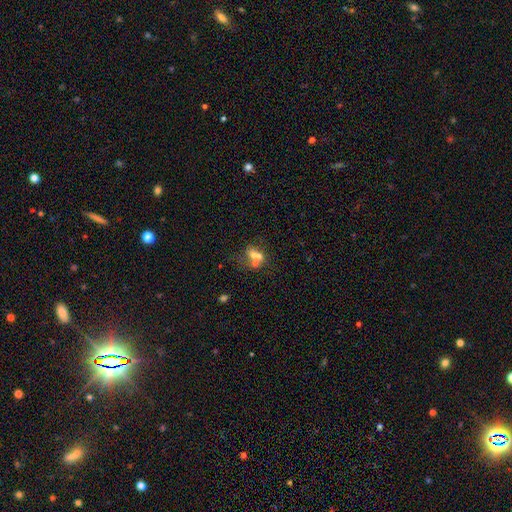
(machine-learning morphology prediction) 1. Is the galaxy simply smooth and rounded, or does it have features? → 55% smooth, 28% featured or disk, 17% star or artifact.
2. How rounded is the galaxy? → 53% in between, 44% round, 2% cigar-shaped.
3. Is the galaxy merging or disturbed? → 57% merger, 26% none, 9% minor disturbance, 9% major disturbance.